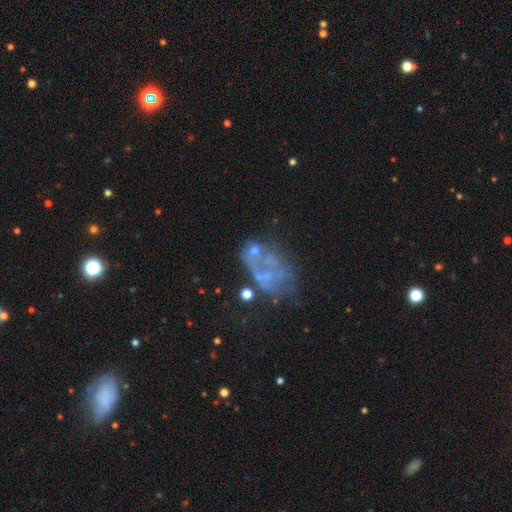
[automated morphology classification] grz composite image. It shows a featured or disk galaxy (60%) with no bar (91%), no spiral arms (88%) and no central bulge (75%). Merging: major disturbance (35%).